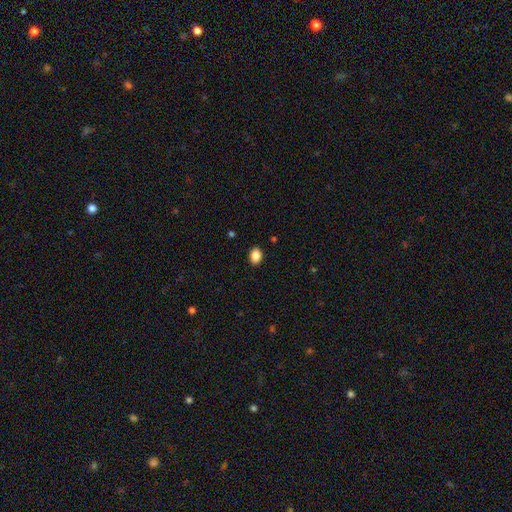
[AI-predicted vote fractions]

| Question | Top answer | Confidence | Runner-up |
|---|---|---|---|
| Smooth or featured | smooth | 87% | star or artifact (9%) |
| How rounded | in between | 75% | round (24%) |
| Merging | none | 90% | minor disturbance (8%) |